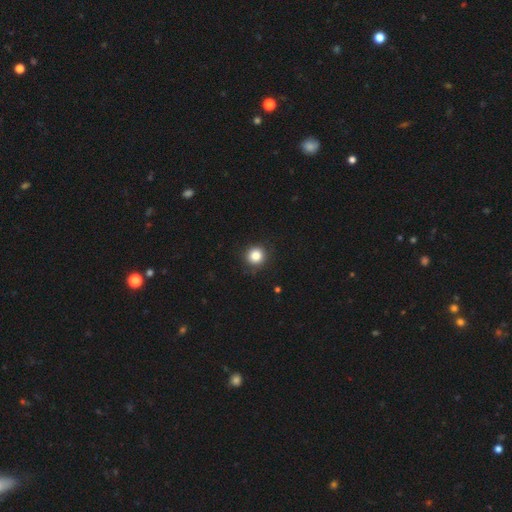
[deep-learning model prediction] smooth 85%, star or artifact 11%, featured or disk 5%. Down the decision tree: how rounded — round (93%); merging — none (89%).